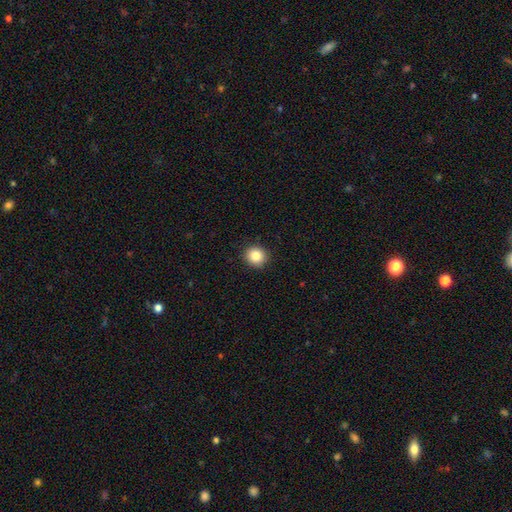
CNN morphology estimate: smooth-or-featured: smooth: 84% | star or artifact: 10% | featured or disk: 6%
  how-rounded: round: 86% | in between: 13% | cigar-shaped: 1%
  merging: none: 91% | minor disturbance: 6% | major disturbance: 2% | merger: 1%